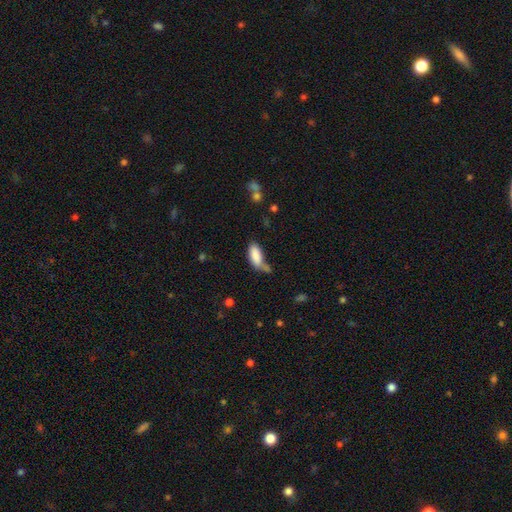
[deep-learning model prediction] Smooth or featured? Predicted: smooth (p=0.85). How rounded? Predicted: in between (p=0.84). Merging? Predicted: none (p=0.41).